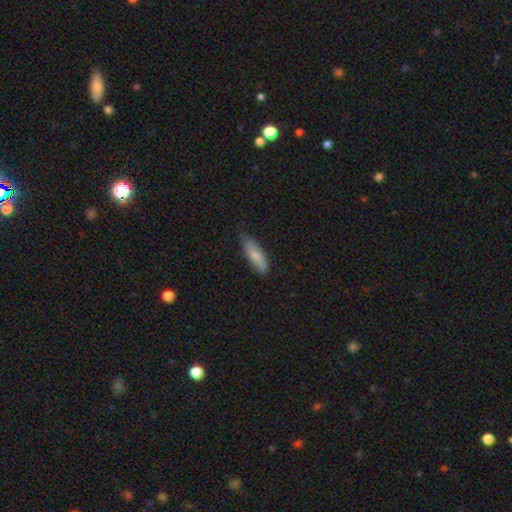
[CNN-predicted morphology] Smooth or featured?
  - smooth: 73% *
  - featured or disk: 21%
  - star or artifact: 6%
How rounded?
  - in between: 53% *
  - cigar-shaped: 45%
  - round: 2%
Merging?
  - none: 70% *
  - minor disturbance: 25%
  - major disturbance: 4%
  - merger: 1%